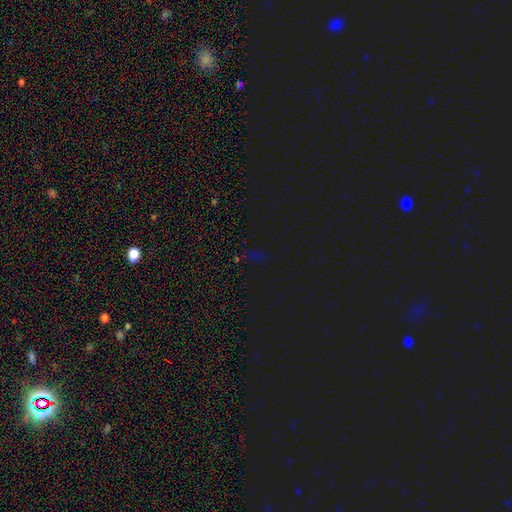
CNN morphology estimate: type=star or artifact (73%).